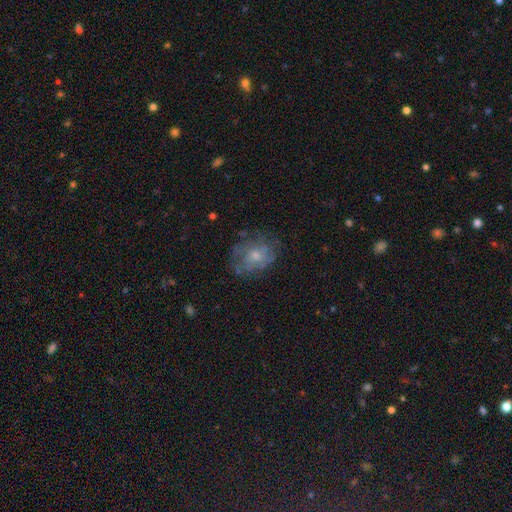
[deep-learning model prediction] A featured or disk galaxy (46%).

Vote fractions:
- Smooth or featured? featured or disk: 46% / smooth: 40% / star or artifact: 13%
- Merging? none: 68% / minor disturbance: 20% / major disturbance: 11% / merger: 2%